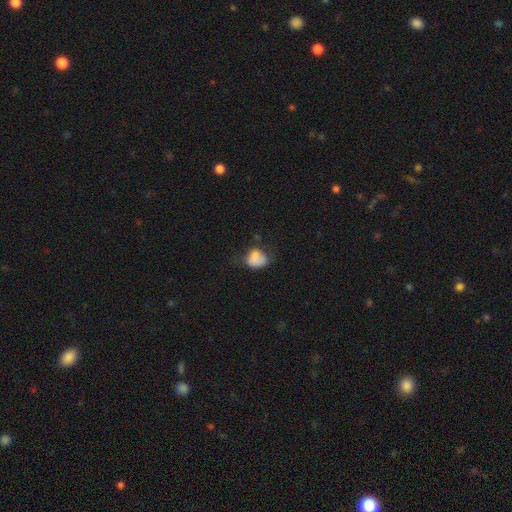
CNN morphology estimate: This appears to be a smooth galaxy with no disk features (76%) that is in between round and cigar-shaped (63%). Merging: none (35%, tied with minor disturbance).